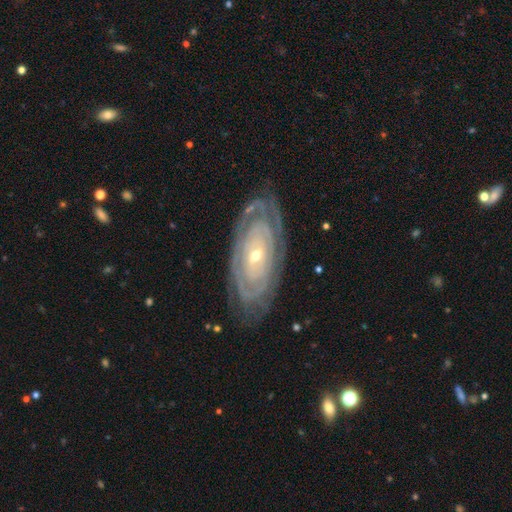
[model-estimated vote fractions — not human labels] Smooth or featured? Predicted: featured or disk (p=0.85). Edge-on disk? Predicted: no (p=0.91). Bar? Predicted: no (p=0.69). Spiral arms? Predicted: yes (p=0.88). Spiral winding? Predicted: tight (p=0.84). Spiral arm count? Predicted: can't tell (p=0.50). Bulge size? Predicted: small (p=0.63). Merging? Predicted: none (p=0.76).